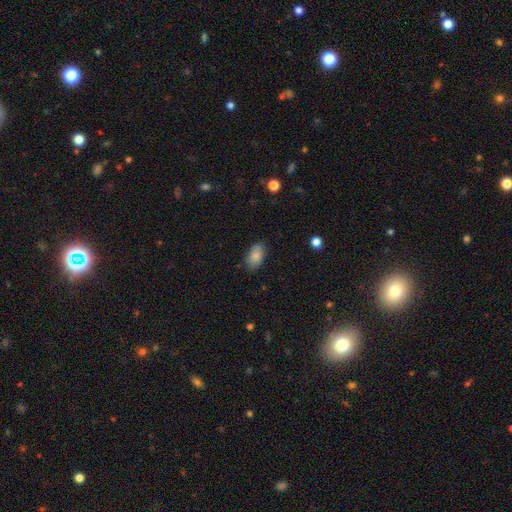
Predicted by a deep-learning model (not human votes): Smooth or featured?
  - smooth: 85% *
  - featured or disk: 7%
  - star or artifact: 7%
How rounded?
  - in between: 93% *
  - round: 5%
  - cigar-shaped: 3%
Merging?
  - none: 83% *
  - minor disturbance: 13%
  - major disturbance: 3%
  - merger: 1%